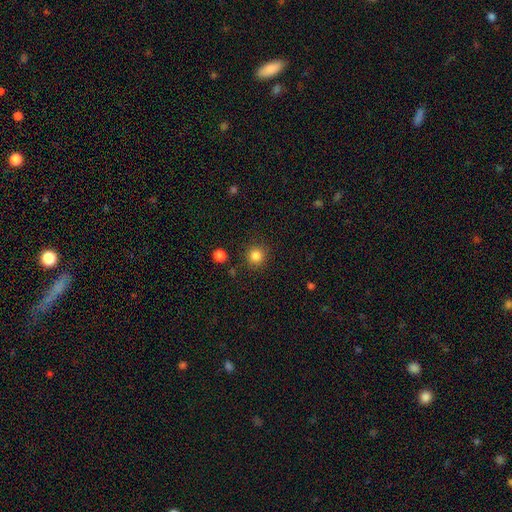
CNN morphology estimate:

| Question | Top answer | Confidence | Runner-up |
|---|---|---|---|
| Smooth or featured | smooth | 84% | star or artifact (12%) |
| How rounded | round | 92% | in between (7%) |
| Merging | none | 87% | minor disturbance (7%) |